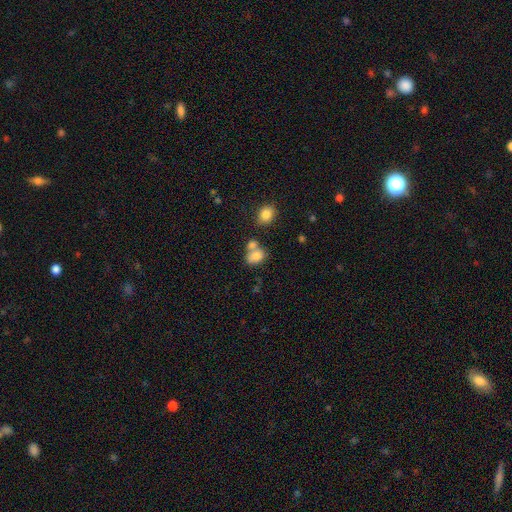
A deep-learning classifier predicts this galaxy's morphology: A smooth galaxy with no disk features (79%) that is in between round and cigar-shaped (69%). Merging: merger (43%).